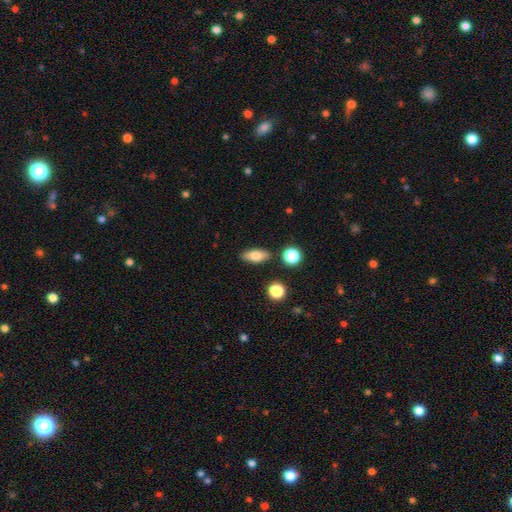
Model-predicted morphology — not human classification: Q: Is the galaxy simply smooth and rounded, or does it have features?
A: smooth — 77%.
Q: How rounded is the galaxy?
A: in between — 82%.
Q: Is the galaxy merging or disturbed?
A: none — 84%.